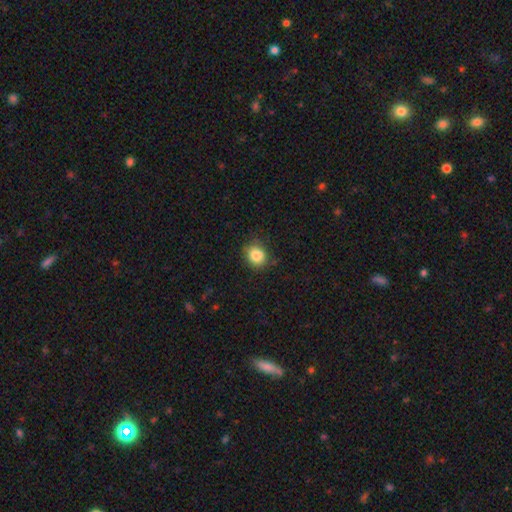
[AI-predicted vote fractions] A smooth galaxy with no disk features (84%) that is round (73%).

Vote fractions:
- Smooth or featured? smooth: 84% / star or artifact: 10% / featured or disk: 6%
- How rounded? round: 73% / in between: 27% / cigar-shaped: 1%
- Merging? none: 78% / minor disturbance: 17% / major disturbance: 4% / merger: 1%